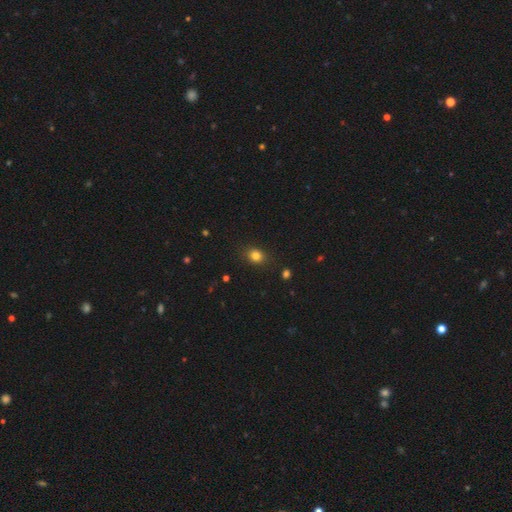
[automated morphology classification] The model was most divided on "how rounded": round: 57%, in between: 42%, cigar-shaped: 1%. More confident: merging — none (85%); smooth or featured — smooth (81%).